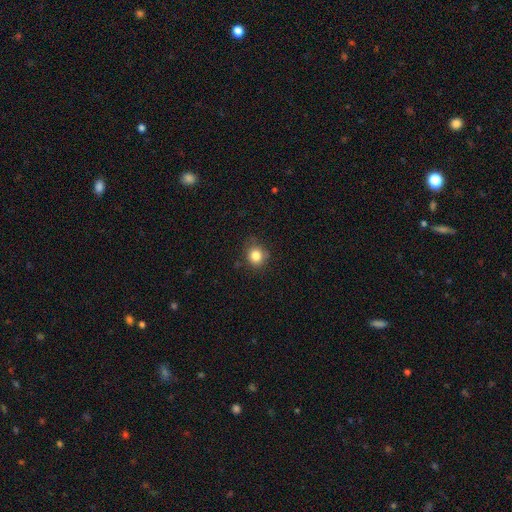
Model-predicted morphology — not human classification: Smooth or featured? smooth (83%)
How rounded? round (82%)
Merging? none (80%)